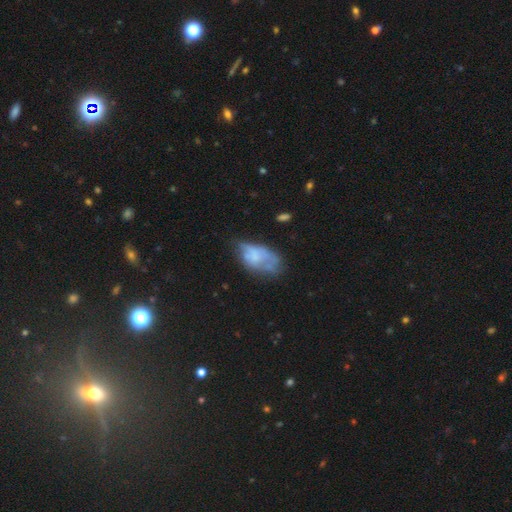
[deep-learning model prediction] Smooth or featured: smooth — 48% (featured or disk — 42%)
Merging: none — 32% (tied with minor disturbance — 32%)